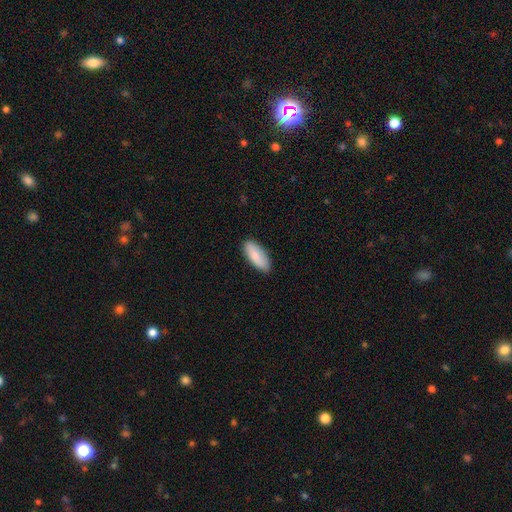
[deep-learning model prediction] Morphology: type=smooth (85%); roundness=in between (80%); merging=none (87%).